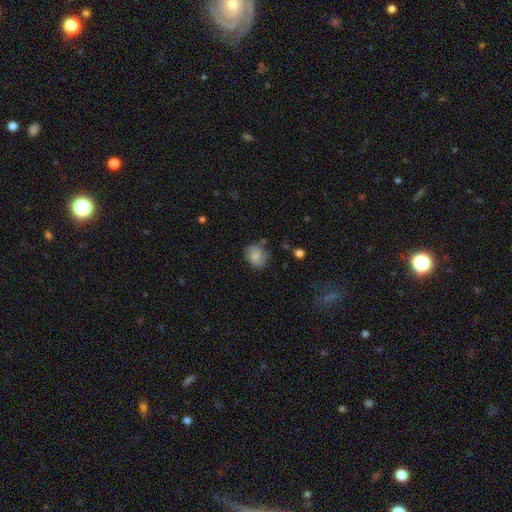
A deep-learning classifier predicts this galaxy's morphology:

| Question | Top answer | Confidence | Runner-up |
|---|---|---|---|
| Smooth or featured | smooth | 81% | featured or disk (10%) |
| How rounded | round | 61% | in between (38%) |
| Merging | none | 72% | minor disturbance (20%) |